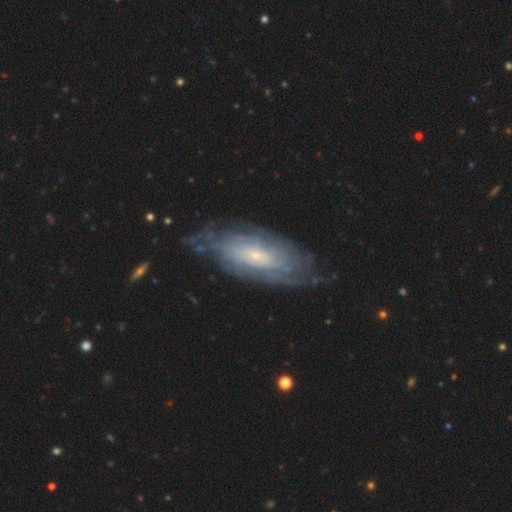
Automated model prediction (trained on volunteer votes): This appears to be a featured or disk galaxy (74%) with no bar (72%), tight (72%) spiral arms (87%) and a small central bulge (79%). Merging: none (71%).